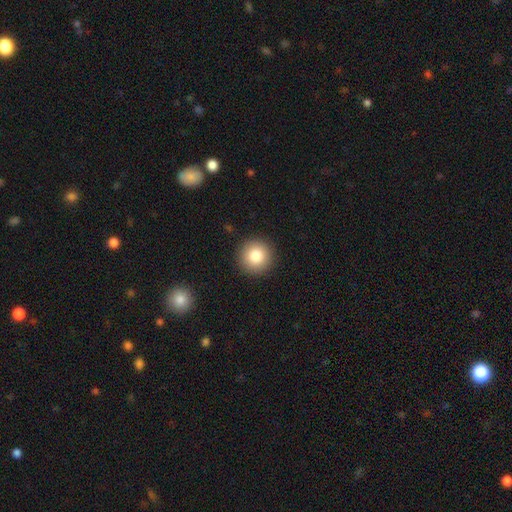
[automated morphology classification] Smooth or featured? smooth (83%)
How rounded? round (95%)
Merging? none (92%)